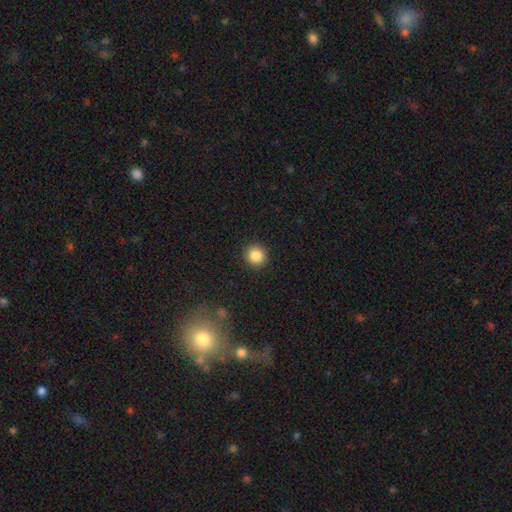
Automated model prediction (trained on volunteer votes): smooth-or-featured: smooth: 86% | star or artifact: 10% | featured or disk: 4%
  how-rounded: round: 95% | in between: 4% | cigar-shaped: 1%
  merging: none: 92% | minor disturbance: 5% | major disturbance: 2% | merger: 1%